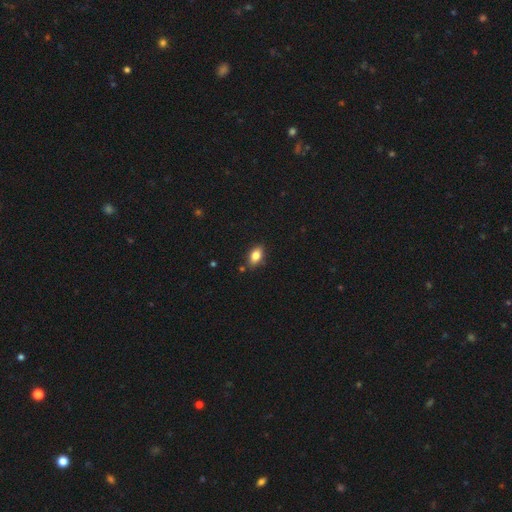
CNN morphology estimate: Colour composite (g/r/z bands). It shows a smooth galaxy with no disk features (83%) that is in between round and cigar-shaped (88%). Merging: none (83%).